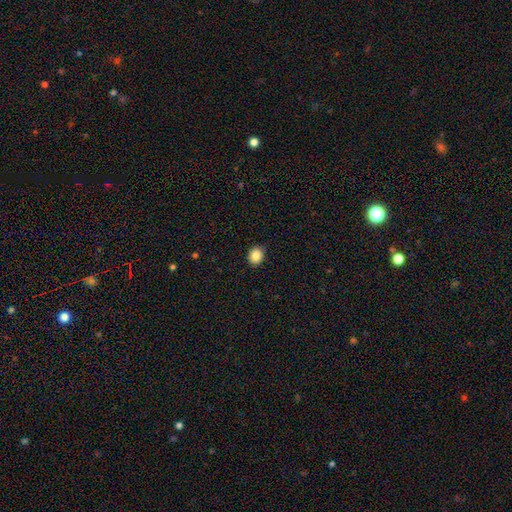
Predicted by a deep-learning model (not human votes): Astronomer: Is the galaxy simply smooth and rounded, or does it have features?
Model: smooth — 86%.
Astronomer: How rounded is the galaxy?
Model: round — 61% (runner-up: in between, 38%).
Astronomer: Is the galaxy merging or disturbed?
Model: none — 89%.